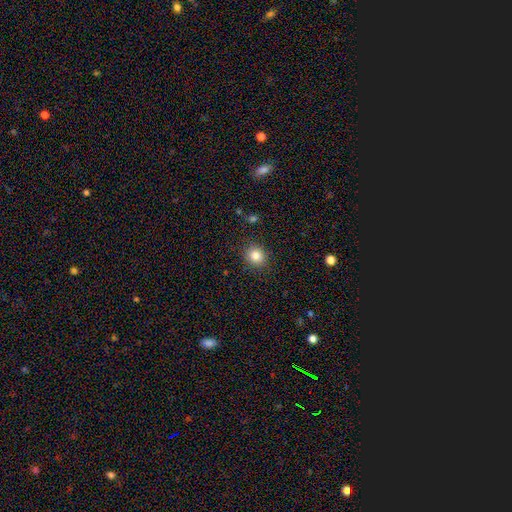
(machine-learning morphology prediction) A smooth galaxy with no disk features (83%) that is round (80%).

Vote fractions:
- Smooth or featured? smooth: 83% / star or artifact: 11% / featured or disk: 6%
- How rounded? round: 80% / in between: 19% / cigar-shaped: 1%
- Merging? none: 89% / minor disturbance: 7% / major disturbance: 2% / merger: 1%